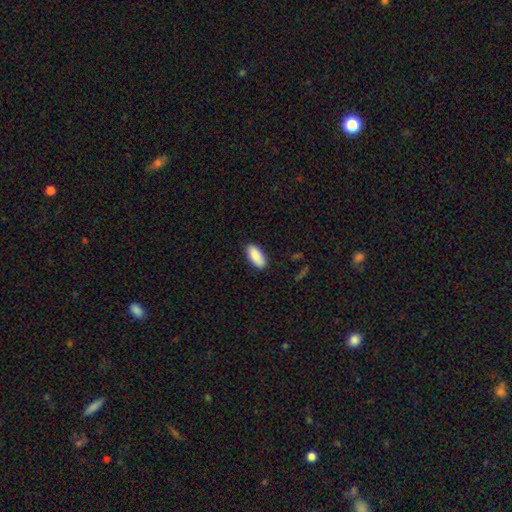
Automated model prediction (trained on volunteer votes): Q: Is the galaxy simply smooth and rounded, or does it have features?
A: smooth — 90%.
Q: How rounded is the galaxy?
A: in between — 88%.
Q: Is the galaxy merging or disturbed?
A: none — 86%.